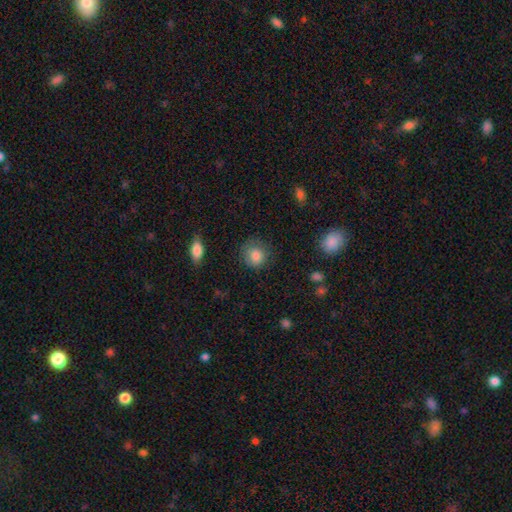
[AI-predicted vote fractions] Morphology: type=smooth (84%); roundness=round (84%); merging=none (74%).